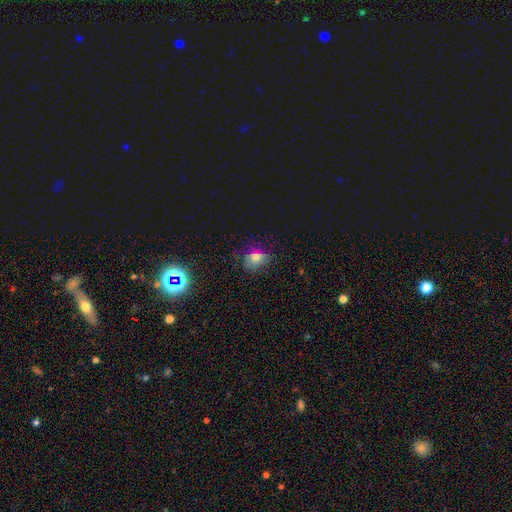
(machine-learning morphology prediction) Overall: smooth (63%). How rounded: in between (51%; round 48%). Merging: none (61%; minor disturbance 23%).